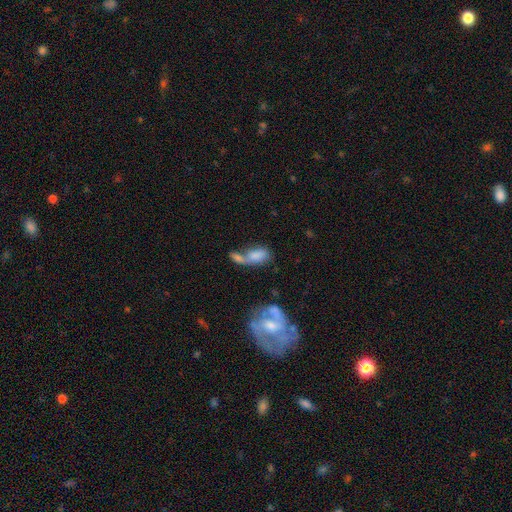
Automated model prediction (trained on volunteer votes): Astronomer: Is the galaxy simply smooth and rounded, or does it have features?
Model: smooth — 69%.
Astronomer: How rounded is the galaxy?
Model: in between — 87%.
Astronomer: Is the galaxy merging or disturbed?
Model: merger — 58%.